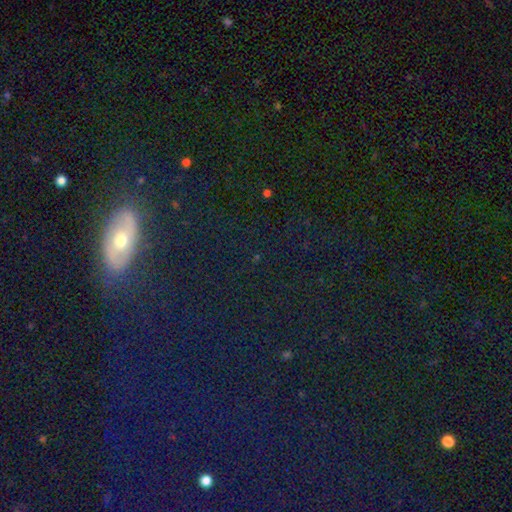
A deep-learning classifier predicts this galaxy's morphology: star or artifact 49%, smooth 30%, featured or disk 21%.